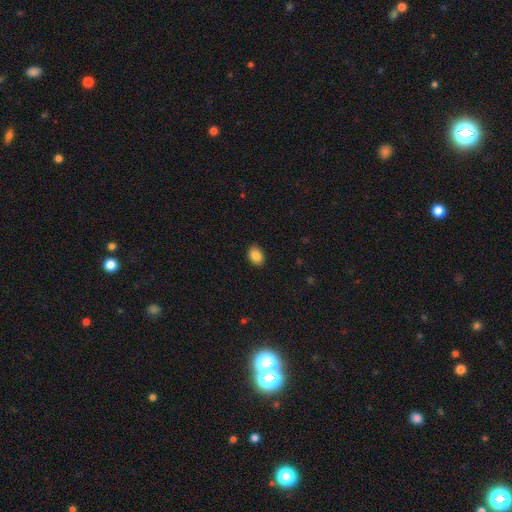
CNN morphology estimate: Smooth or featured?
  - smooth: 87% *
  - star or artifact: 8%
  - featured or disk: 4%
How rounded?
  - in between: 75% *
  - round: 24%
  - cigar-shaped: 1%
Merging?
  - none: 90% *
  - minor disturbance: 7%
  - major disturbance: 2%
  - merger: 1%